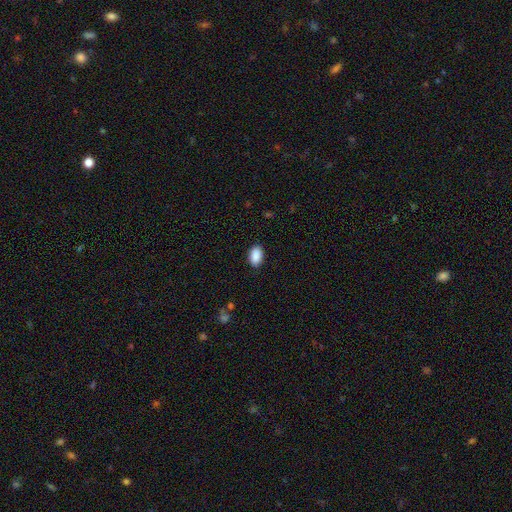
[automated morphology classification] This is clearly a smooth galaxy (90%). How rounded: clearly in between (92%). Merging: clearly none (87%).